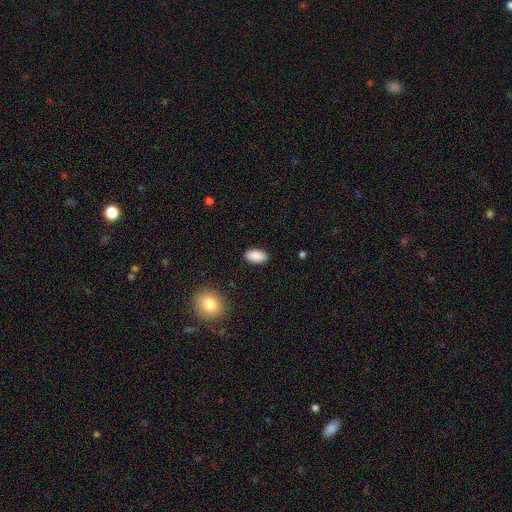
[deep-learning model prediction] Morphology: type=smooth (89%); roundness=in between (94%); merging=none (88%).